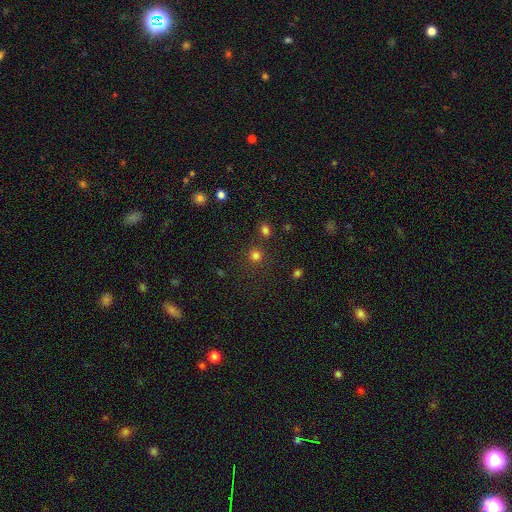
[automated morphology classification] Smooth or featured?
  - smooth: 76% *
  - star or artifact: 19%
  - featured or disk: 5%
How rounded?
  - round: 90% *
  - in between: 9%
  - cigar-shaped: 1%
Merging?
  - none: 78% *
  - merger: 9%
  - minor disturbance: 8%
  - major disturbance: 4%